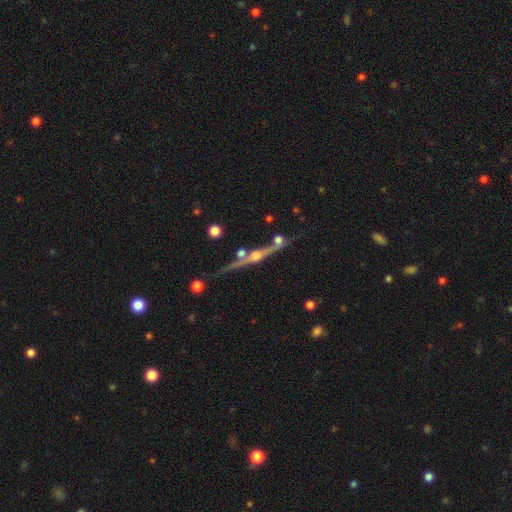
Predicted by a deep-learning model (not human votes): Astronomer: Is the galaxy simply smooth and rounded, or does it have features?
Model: featured or disk — 82%.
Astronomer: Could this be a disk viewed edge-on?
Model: yes — 96%.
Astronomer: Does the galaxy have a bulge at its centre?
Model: rounded — 89%.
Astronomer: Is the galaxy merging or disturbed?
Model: none — 73%.